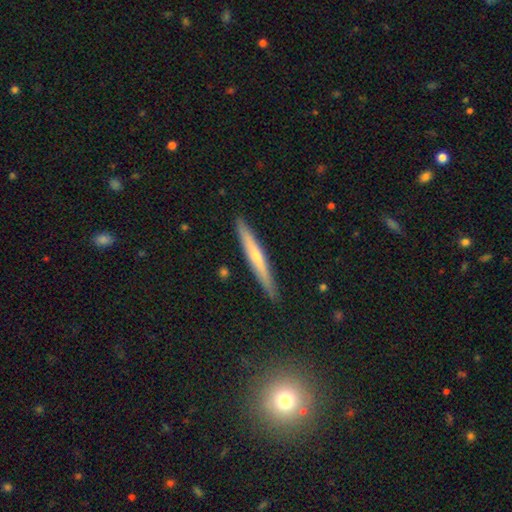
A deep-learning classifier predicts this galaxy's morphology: This is possibly a featured or disk galaxy (54%). It is clearly viewed edge-on (95%). Edge-on bulge: possibly rounded (59%). Merging: clearly none (90%).